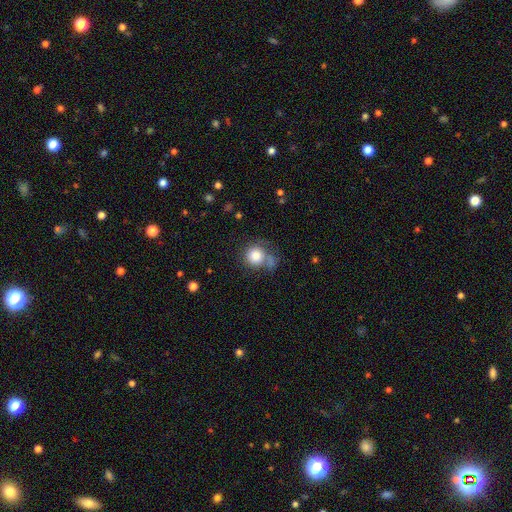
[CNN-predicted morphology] A smooth galaxy with no disk features (82%) that is round (88%). Merging: none (50%).